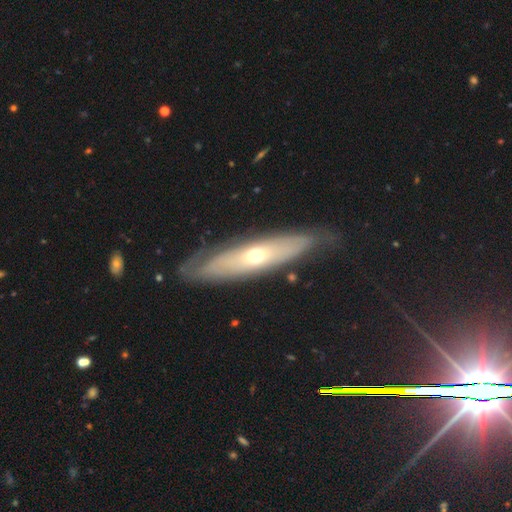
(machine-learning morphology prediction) Smooth or featured? featured or disk (58%)
Edge-on disk? no (55%)
Merging? none (73%)